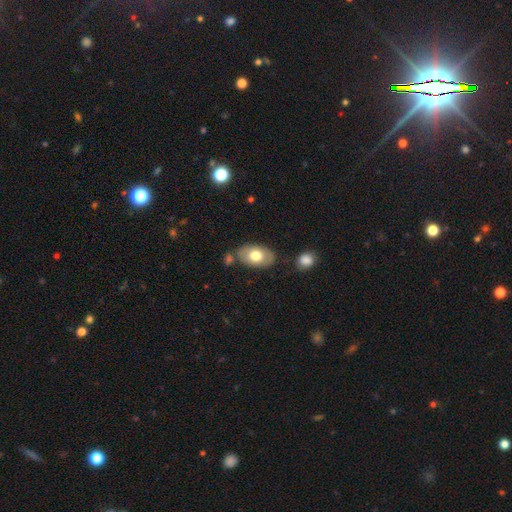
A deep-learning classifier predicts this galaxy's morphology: The model was most divided on "smooth or featured": smooth: 70%, featured or disk: 24%, star or artifact: 6%. More confident: how rounded — in between (89%); merging — none (74%).